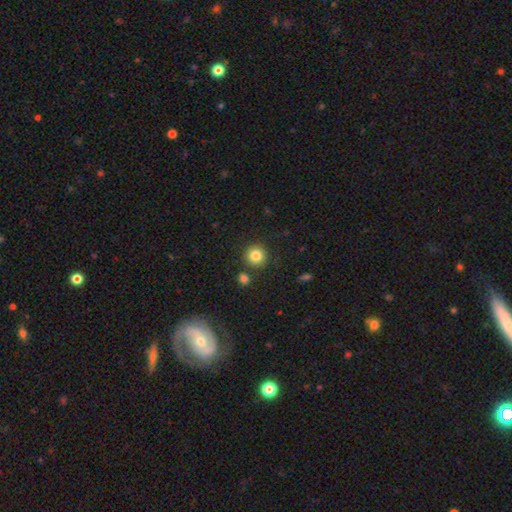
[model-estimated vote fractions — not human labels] Smooth or featured? smooth (83%)
How rounded? round (93%)
Merging? none (84%)